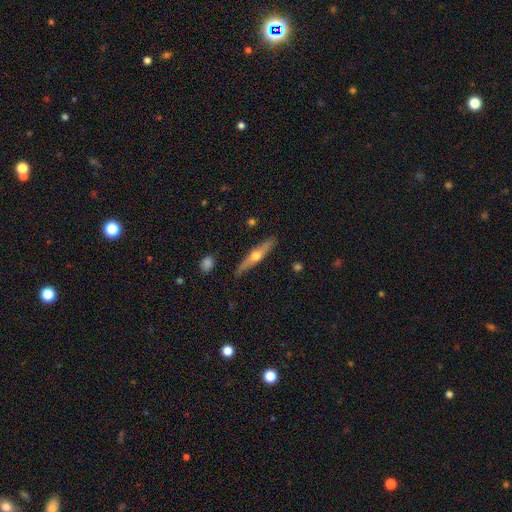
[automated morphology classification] Smooth or featured: featured or disk — 62% (smooth — 32%)
Edge-on disk: yes — 94% (no — 6%)
Edge-on bulge: rounded — 94% (none — 4%)
Merging: none — 86% (minor disturbance — 11%)